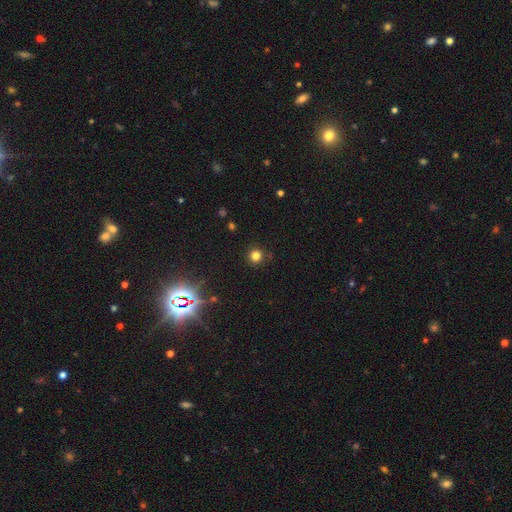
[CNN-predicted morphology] A smooth galaxy with no disk features (78%) that is round (94%). Merging: none (89%).